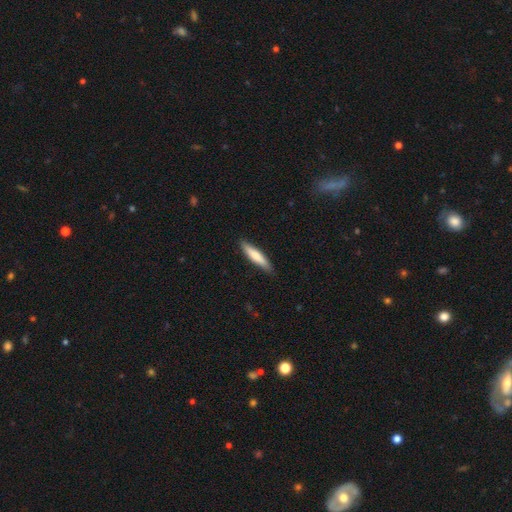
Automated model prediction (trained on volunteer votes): Smooth or featured: smooth — 72% (featured or disk — 23%)
How rounded: cigar-shaped — 84% (in between — 15%)
Merging: none — 87% (minor disturbance — 10%)